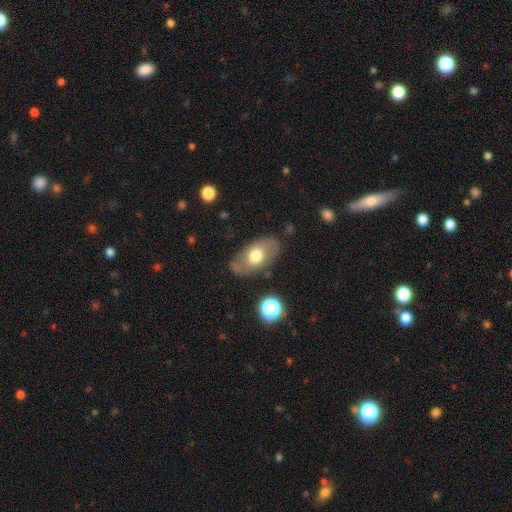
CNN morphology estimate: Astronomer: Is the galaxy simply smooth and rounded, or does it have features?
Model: smooth — 56% (runner-up: featured or disk, 37%).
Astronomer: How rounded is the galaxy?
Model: in between — 88%.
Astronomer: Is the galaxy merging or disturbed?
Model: none — 75%.